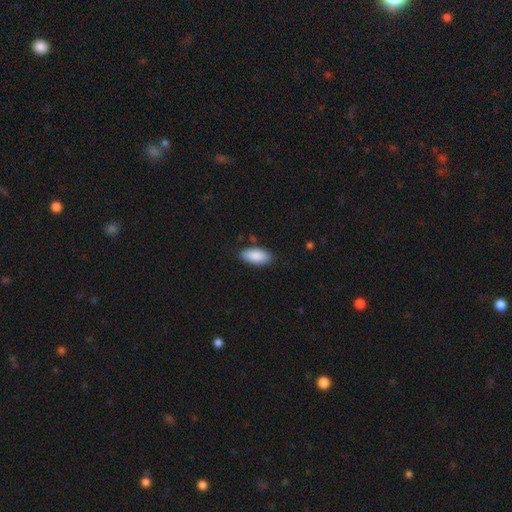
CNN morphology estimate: This appears to be a smooth galaxy with no disk features (89%) that is in between round and cigar-shaped (92%). Merging: none (86%).